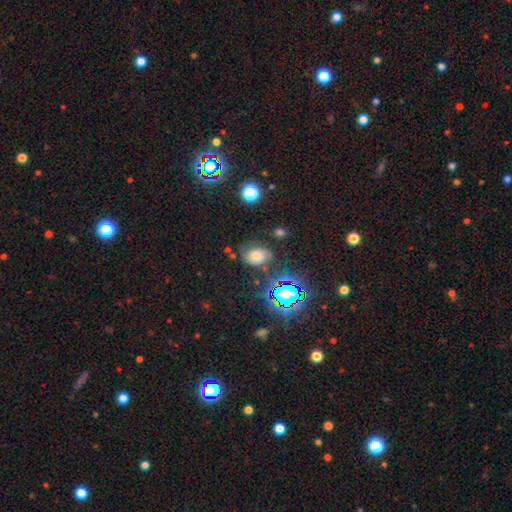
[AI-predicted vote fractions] This is possibly a smooth galaxy (53%). How rounded: likely in between (73%). Merging: likely none (66%).